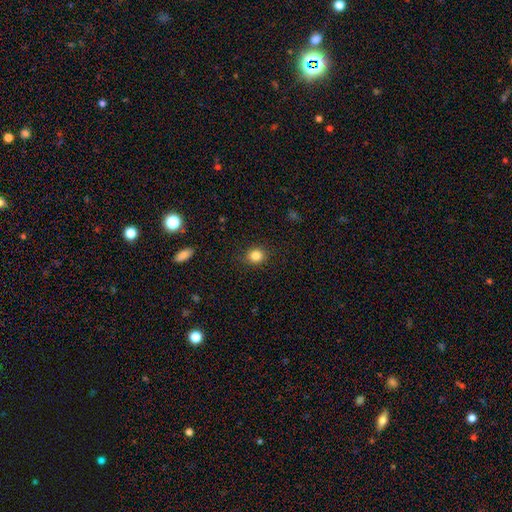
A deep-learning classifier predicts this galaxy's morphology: The model was most divided on "how rounded": round: 78%, in between: 21%, cigar-shaped: 1%. More confident: merging — none (87%); smooth or featured — smooth (84%).